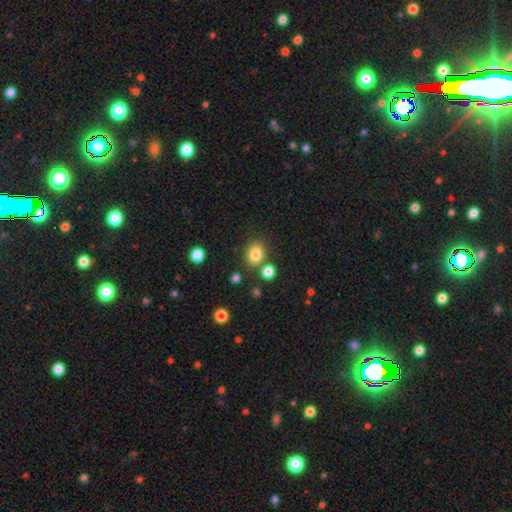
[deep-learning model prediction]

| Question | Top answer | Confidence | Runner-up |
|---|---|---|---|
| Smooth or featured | smooth | 82% | star or artifact (12%) |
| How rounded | round | 53% | in between (46%) |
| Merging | none | 72% | merger (12%) |